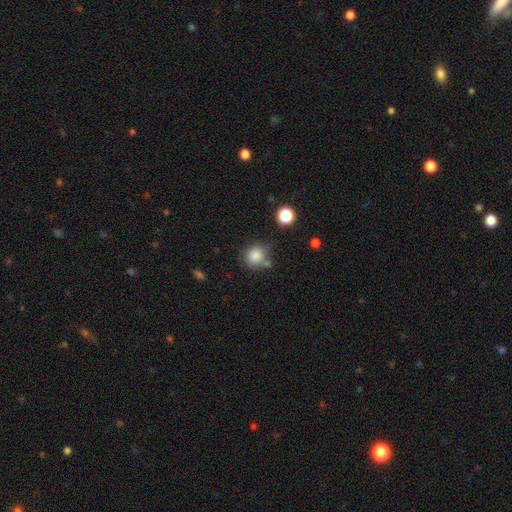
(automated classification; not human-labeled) A smooth galaxy with no disk features (83%) that is round (83%). Merging: none (63%).